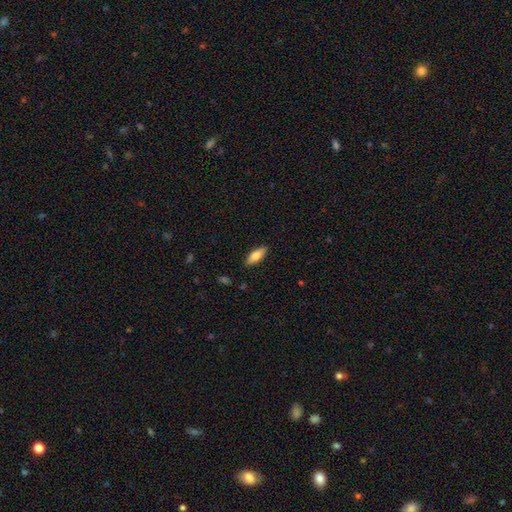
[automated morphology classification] Smooth or featured? Predicted: smooth (p=0.73). How rounded? Predicted: in between (p=0.70). Merging? Predicted: none (p=0.88).